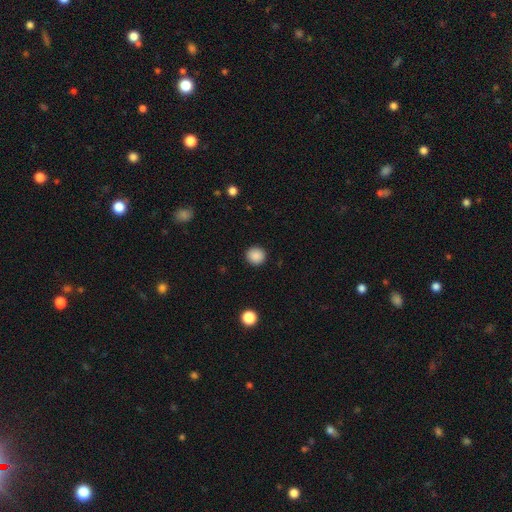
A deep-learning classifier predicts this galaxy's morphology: smooth_or_featured: smooth (p=0.88) [alt: star or artifact p=0.09]
how_rounded: round (p=0.94) [alt: in between p=0.05]
merging: none (p=0.92) [alt: minor disturbance p=0.05]